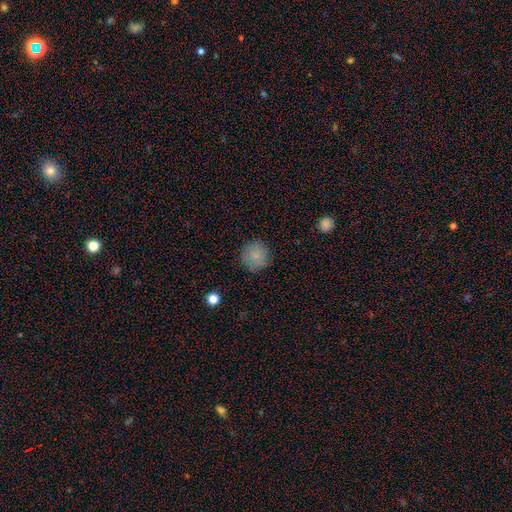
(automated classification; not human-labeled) Smooth or featured?
  - smooth: 83% *
  - star or artifact: 10%
  - featured or disk: 7%
How rounded?
  - round: 94% *
  - in between: 5%
  - cigar-shaped: 1%
Merging?
  - none: 88% *
  - minor disturbance: 8%
  - major disturbance: 2%
  - merger: 1%